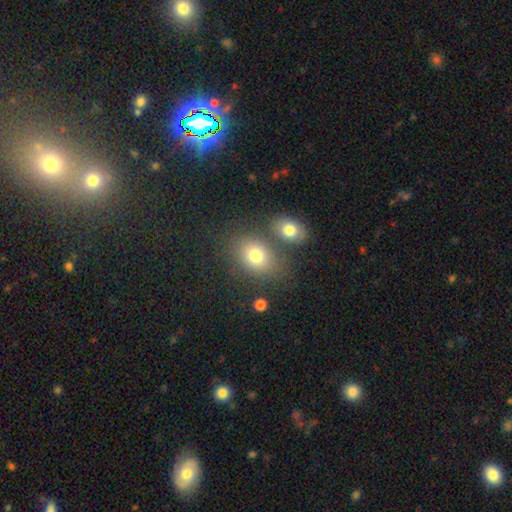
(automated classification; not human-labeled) Overall: smooth (75%). How rounded: in between (62%; round 36%). Merging: none (63%).